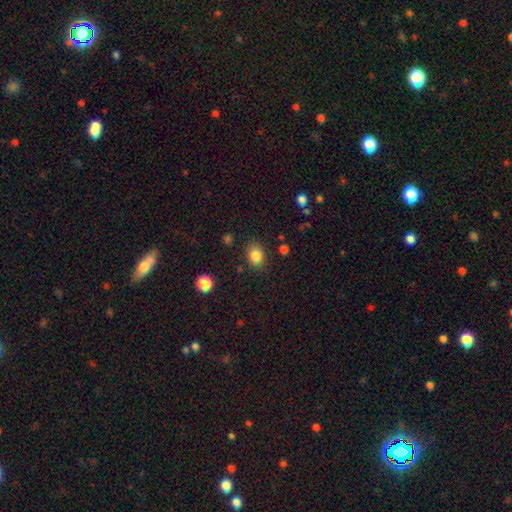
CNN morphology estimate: smooth_or_featured: smooth (p=0.84) [alt: star or artifact p=0.10]
how_rounded: in between (p=0.59) [alt: round p=0.40]
merging: none (p=0.83) [alt: minor disturbance p=0.11]